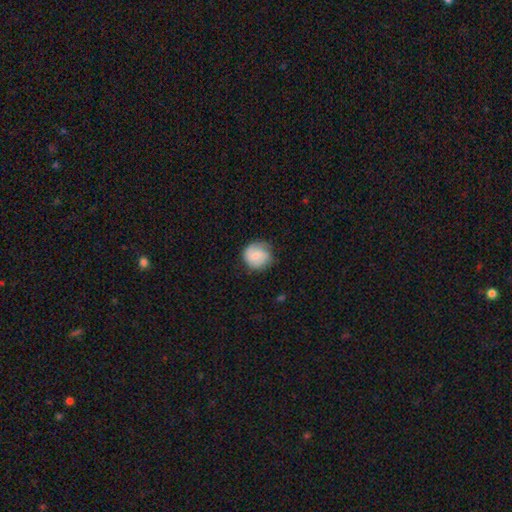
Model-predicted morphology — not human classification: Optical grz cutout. It shows a smooth galaxy with no disk features (66%) that is round (88%). Merging: none (68%).